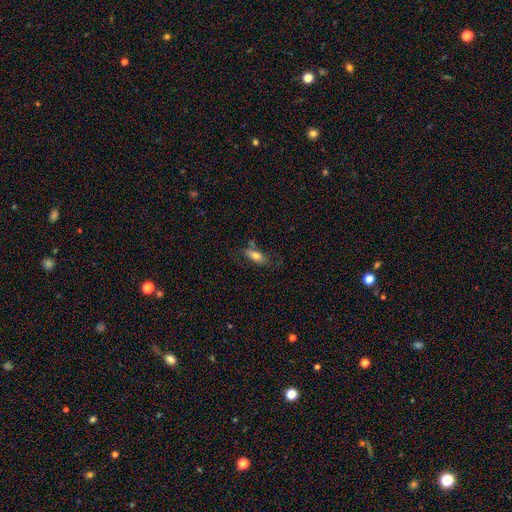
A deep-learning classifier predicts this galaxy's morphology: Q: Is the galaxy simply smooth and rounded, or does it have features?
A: smooth — 72%.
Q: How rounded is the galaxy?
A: in between — 76%.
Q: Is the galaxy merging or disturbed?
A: none — 63%.